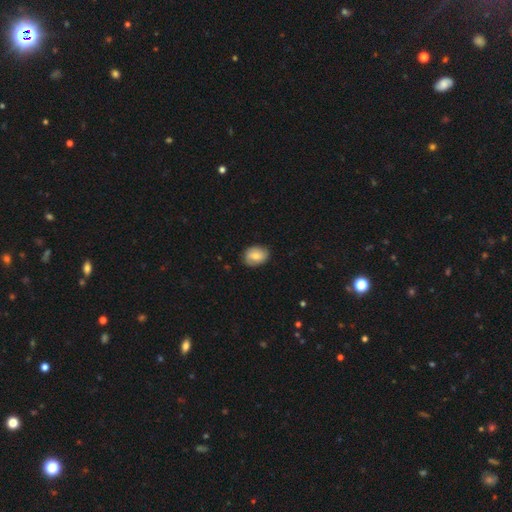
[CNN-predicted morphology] This appears to be a smooth galaxy with no disk features (65%) that is in between round and cigar-shaped (63%). Merging: none (81%).